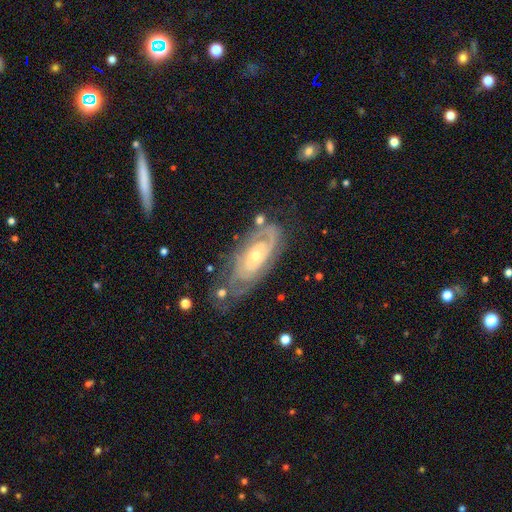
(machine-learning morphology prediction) Overall: featured or disk (84%). Edge-on disk: no (93%). Bar: no (77%). Spiral arms: yes (91%). Spiral arm count: can't tell (40%; 2 33%). Spiral winding: tight (76%). Bulge size: small (64%; moderate 32%). Merging: none (63%).